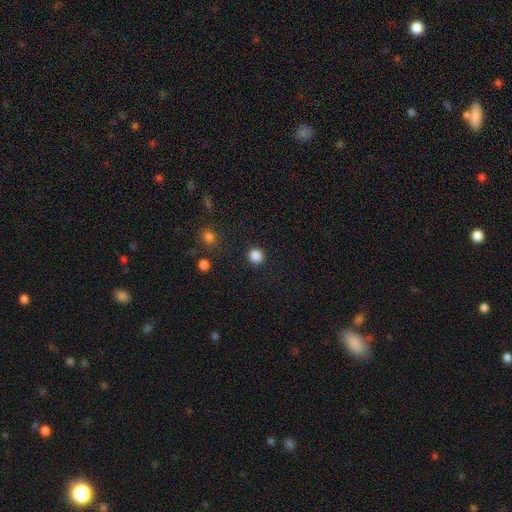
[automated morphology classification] Smooth or featured? Predicted: smooth (p=0.86). How rounded? Predicted: round (p=0.91). Merging? Predicted: none (p=0.91).